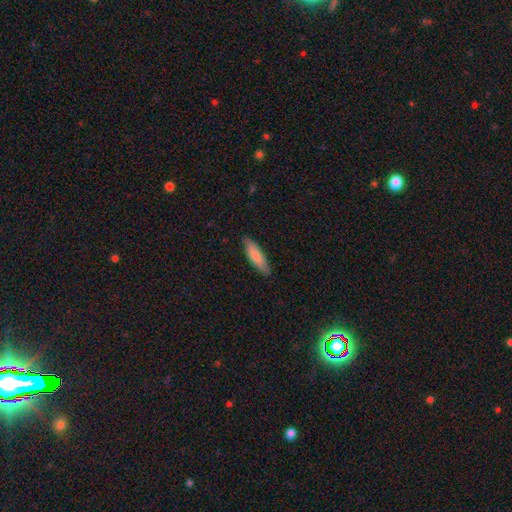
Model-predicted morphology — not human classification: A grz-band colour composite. It shows a smooth galaxy with no disk features (81%) that is cigar-shaped (51%). Merging: none (85%).